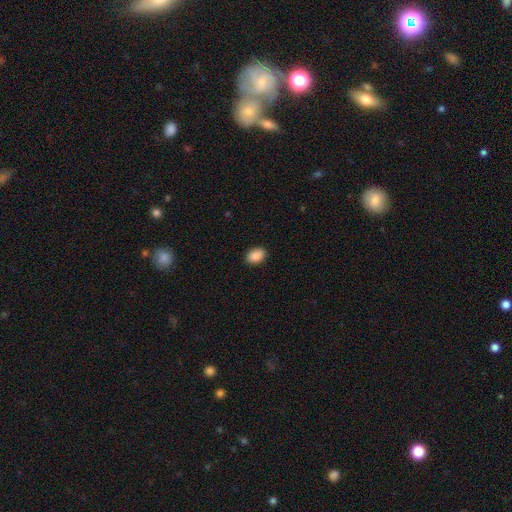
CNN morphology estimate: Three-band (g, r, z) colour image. It shows a smooth galaxy with no disk features (90%) that is in between round and cigar-shaped (86%). Merging: none (90%).